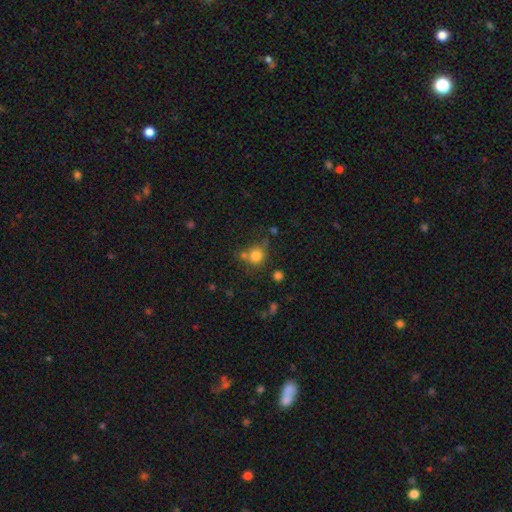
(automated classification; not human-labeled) Smooth or featured? Predicted: smooth (p=0.79). How rounded? Predicted: round (p=0.87). Merging? Predicted: none (p=0.61).